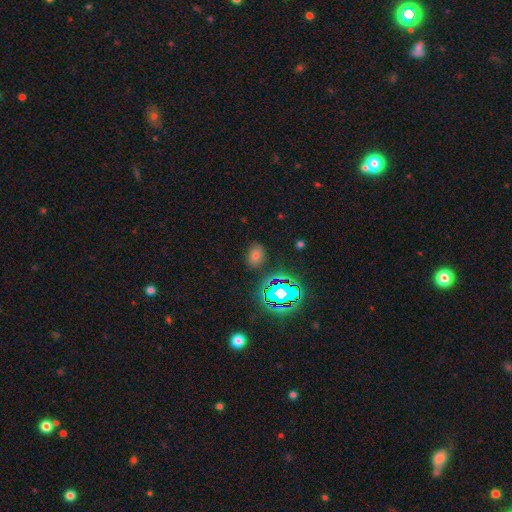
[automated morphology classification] Smooth or featured?
  - smooth: 58% *
  - star or artifact: 33%
  - featured or disk: 10%
How rounded?
  - in between: 68% *
  - round: 31%
  - cigar-shaped: 2%
Merging?
  - none: 81% *
  - minor disturbance: 12%
  - major disturbance: 4%
  - merger: 3%